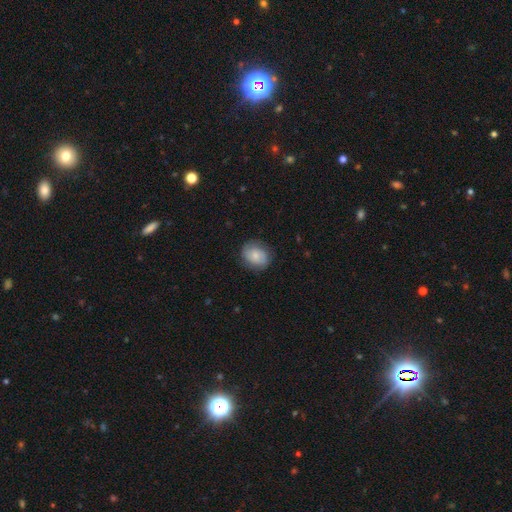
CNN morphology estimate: A smooth galaxy with no disk features (65%) that is round (57%).

Vote fractions:
- Smooth or featured? smooth: 65% / featured or disk: 28% / star or artifact: 7%
- How rounded? round: 57% / in between: 42% / cigar-shaped: 1%
- Merging? none: 76% / minor disturbance: 17% / major disturbance: 5% / merger: 1%